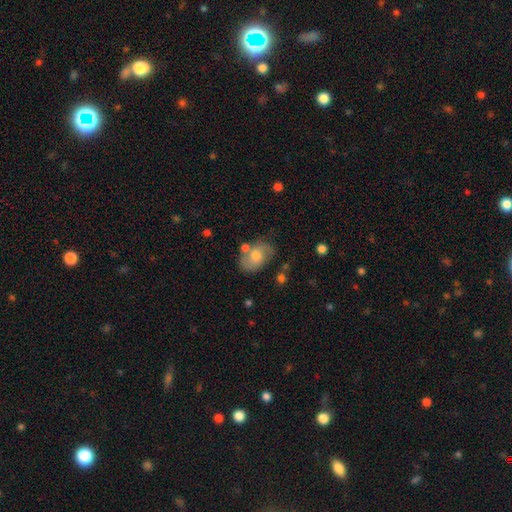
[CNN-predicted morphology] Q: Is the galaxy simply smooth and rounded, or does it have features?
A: smooth — 54%.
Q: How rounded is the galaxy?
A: in between — 78%.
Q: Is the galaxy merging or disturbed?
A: none — 62%.